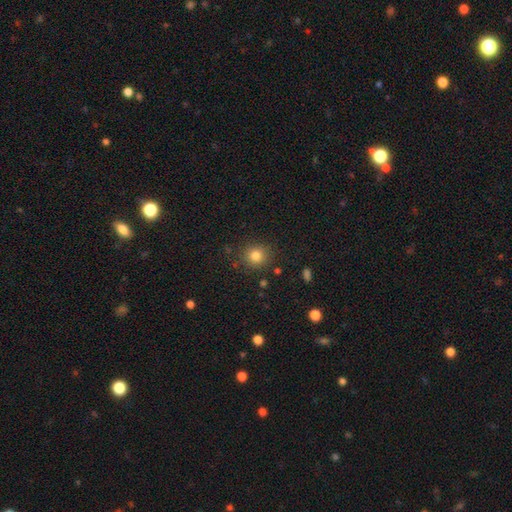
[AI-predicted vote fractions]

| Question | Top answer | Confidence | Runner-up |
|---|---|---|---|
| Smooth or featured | smooth | 81% | star or artifact (13%) |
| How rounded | round | 88% | in between (11%) |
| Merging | none | 86% | minor disturbance (9%) |